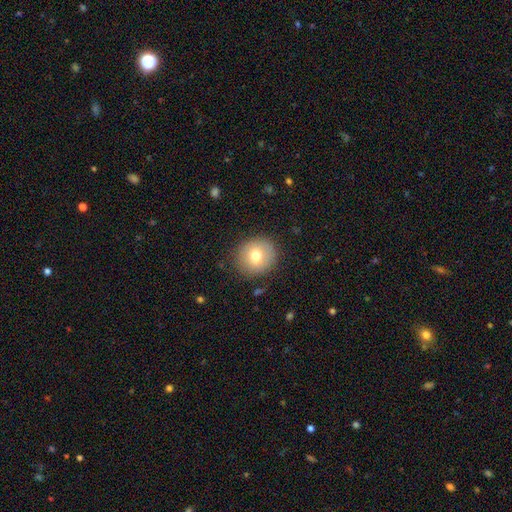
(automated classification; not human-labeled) The model was most divided on "smooth or featured": smooth: 73%, featured or disk: 17%, star or artifact: 10%. More confident: how rounded — round (88%); merging — none (86%).